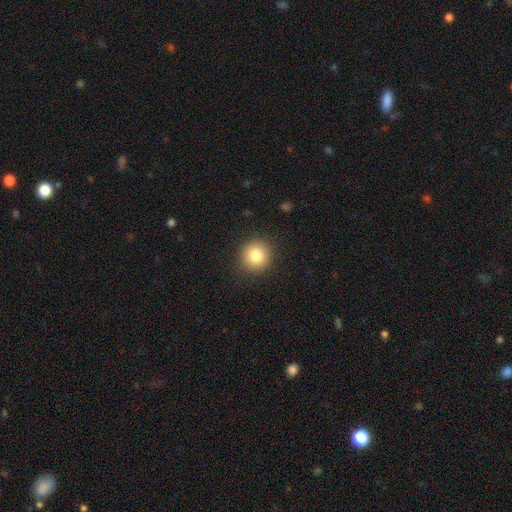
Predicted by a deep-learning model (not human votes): smooth-or-featured: smooth: 82% | star or artifact: 10% | featured or disk: 8%
  how-rounded: round: 93% | in between: 6% | cigar-shaped: 1%
  merging: none: 90% | minor disturbance: 6% | major disturbance: 2% | merger: 1%